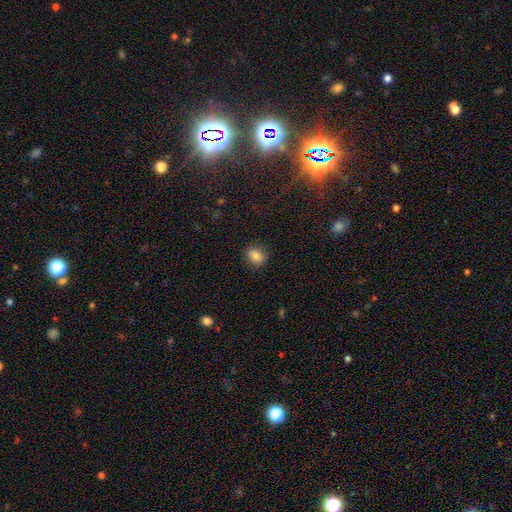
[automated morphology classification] Smooth or featured? smooth (83%)
How rounded? round (53%)
Merging? none (84%)